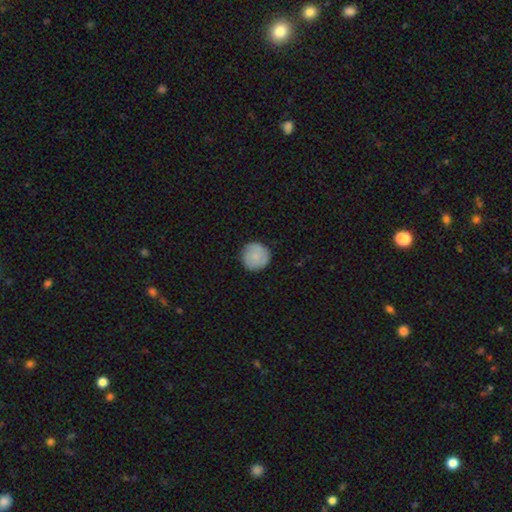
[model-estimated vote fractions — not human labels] Q: Smooth or featured?
A: smooth (83%); runner-up: featured or disk (10%)
Q: How rounded?
A: round (95%); runner-up: in between (4%)
Q: Merging?
A: none (88%); runner-up: minor disturbance (9%)